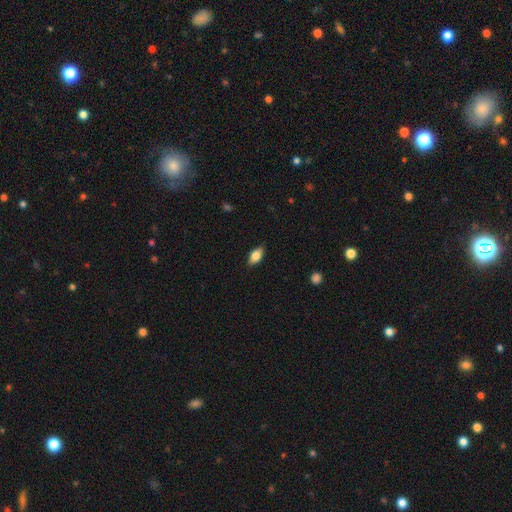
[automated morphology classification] A smooth galaxy with no disk features (76%) that is in between round and cigar-shaped (87%). Merging: none (85%).